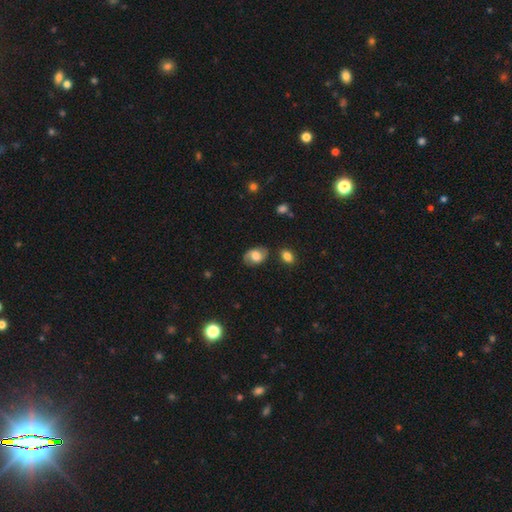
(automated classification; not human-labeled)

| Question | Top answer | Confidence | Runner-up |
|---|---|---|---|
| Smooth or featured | smooth | 48% | featured or disk (43%) |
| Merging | none | 73% | minor disturbance (18%) |